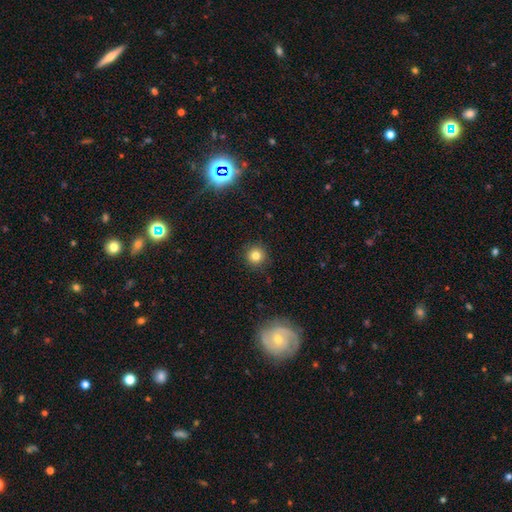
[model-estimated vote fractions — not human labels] Smooth or featured?
  - smooth: 80% *
  - star or artifact: 13%
  - featured or disk: 7%
How rounded?
  - round: 95% *
  - in between: 4%
  - cigar-shaped: 1%
Merging?
  - none: 91% *
  - minor disturbance: 6%
  - major disturbance: 2%
  - merger: 1%